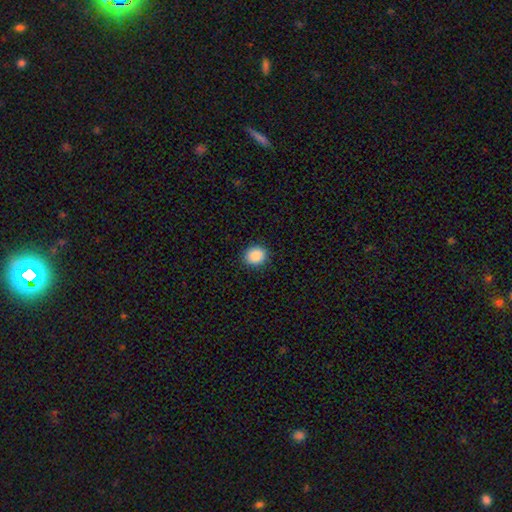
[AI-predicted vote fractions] This is clearly a smooth galaxy (89%). How rounded: likely round (74%). Merging: clearly none (89%).